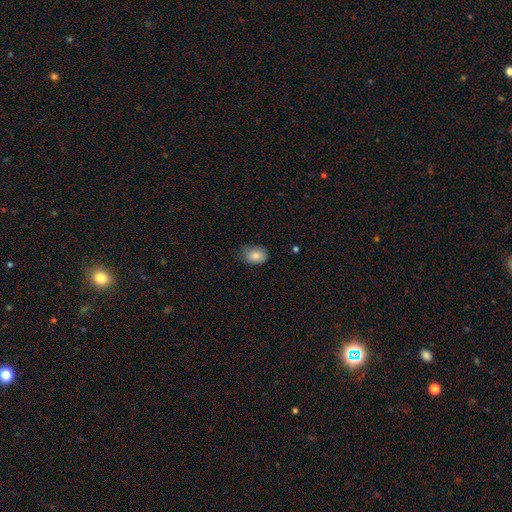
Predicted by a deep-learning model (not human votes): Overall: smooth (83%). How rounded: in between (72%). Merging: none (62%; minor disturbance 31%).